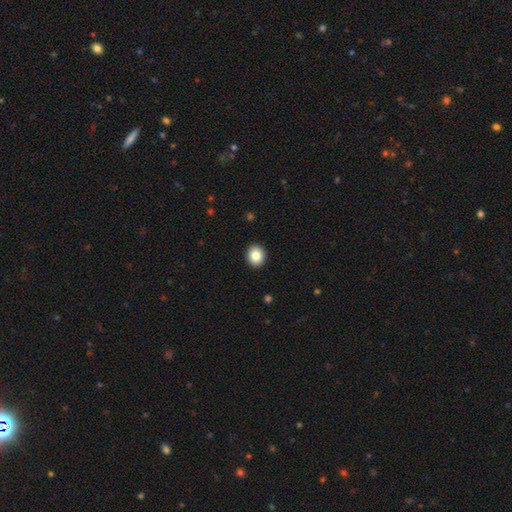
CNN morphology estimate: smooth 86%, star or artifact 9%, featured or disk 5%. Down the decision tree: how rounded — round (81%); merging — none (92%).